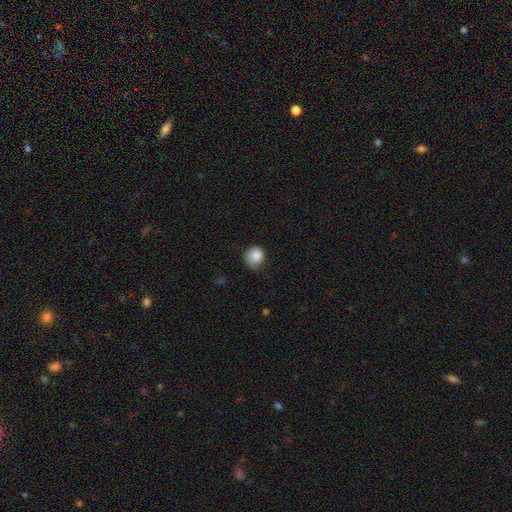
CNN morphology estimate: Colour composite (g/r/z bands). It shows a smooth galaxy with no disk features (86%) that is round (81%). Merging: none (57%).